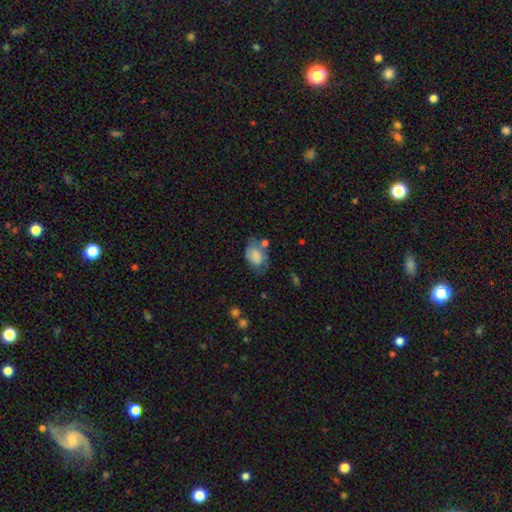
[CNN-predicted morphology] This appears to be a smooth galaxy with no disk features (75%) that is in between round and cigar-shaped (83%). Merging: none (42%).